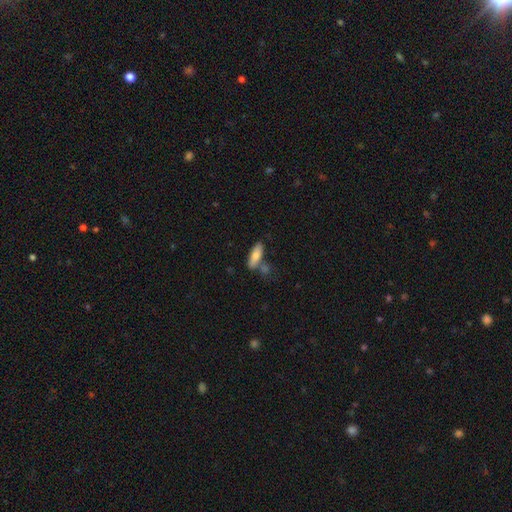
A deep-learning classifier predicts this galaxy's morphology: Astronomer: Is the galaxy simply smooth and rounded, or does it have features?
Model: smooth — 74%.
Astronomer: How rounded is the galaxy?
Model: in between — 59% (runner-up: cigar-shaped, 38%).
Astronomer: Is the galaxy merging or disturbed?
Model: none — 65%.